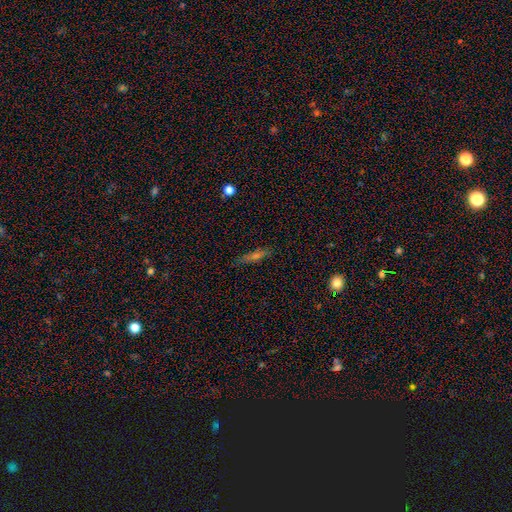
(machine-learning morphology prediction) Smooth or featured: featured or disk — 49% (smooth — 38%)
Merging: none — 85% (minor disturbance — 11%)